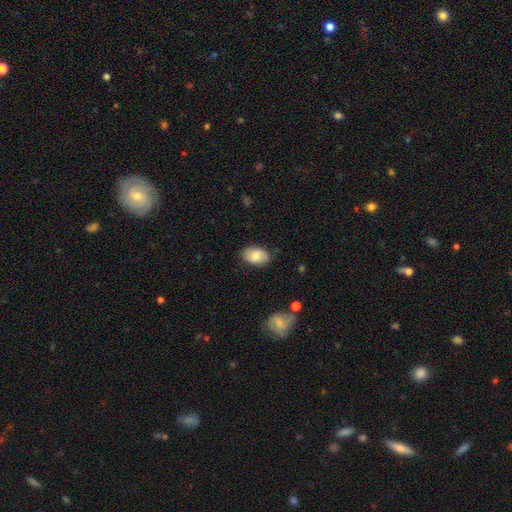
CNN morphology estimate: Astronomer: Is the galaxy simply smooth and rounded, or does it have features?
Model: smooth — 75%.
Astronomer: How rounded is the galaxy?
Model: in between — 89%.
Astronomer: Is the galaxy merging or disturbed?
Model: none — 81%.